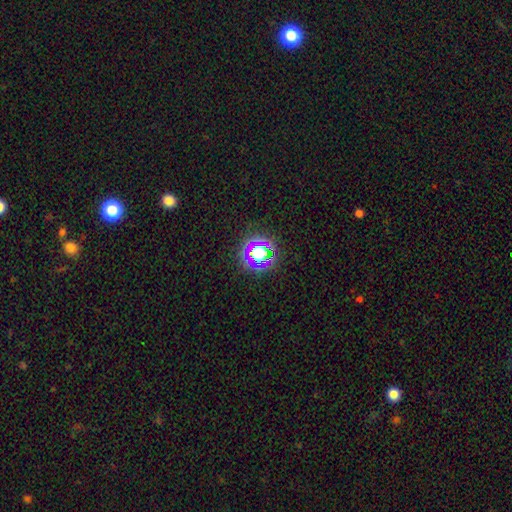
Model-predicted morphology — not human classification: type=star or artifact (55%).